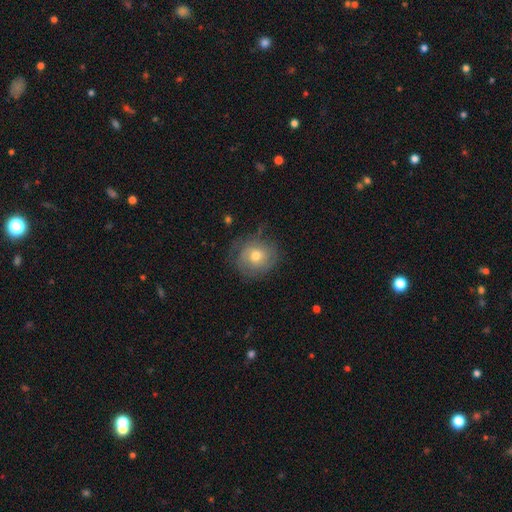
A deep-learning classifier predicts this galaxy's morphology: The model was most divided on "smooth or featured": smooth: 54%, featured or disk: 37%, star or artifact: 9%. More confident: how rounded — round (86%); merging — none (69%).